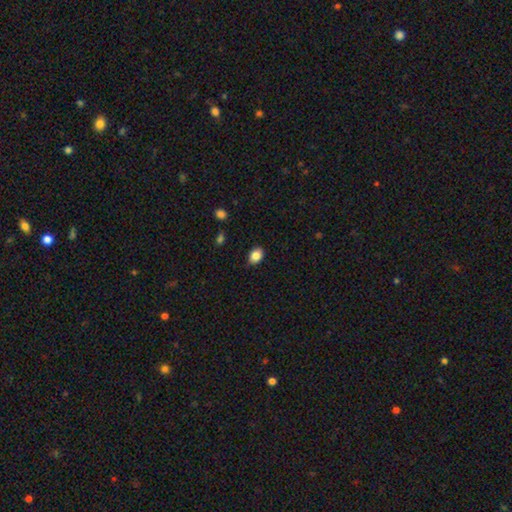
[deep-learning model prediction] Overall: smooth (85%). How rounded: in between (70%). Merging: none (82%).